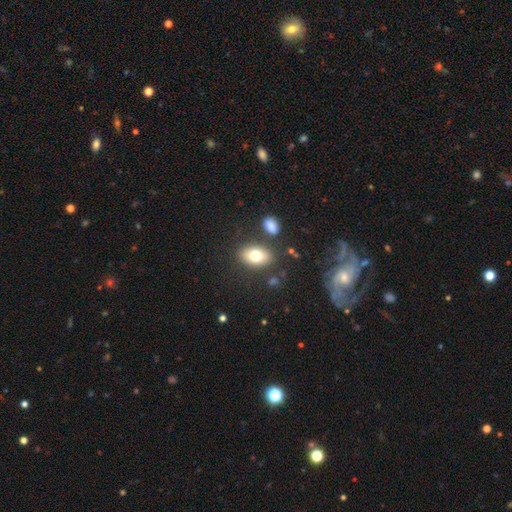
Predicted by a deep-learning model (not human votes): smooth_or_featured: smooth (p=0.76) [alt: featured or disk p=0.15]
how_rounded: in between (p=0.86) [alt: round p=0.12]
merging: none (p=0.78) [alt: minor disturbance p=0.11]